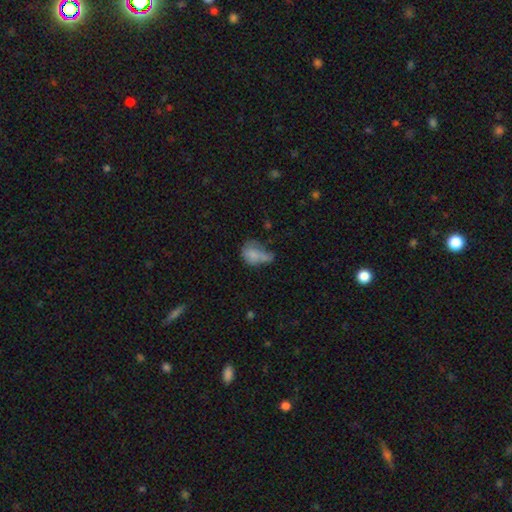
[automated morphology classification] Smooth or featured? Predicted: smooth (p=0.69). How rounded? Predicted: in between (p=0.75). Merging? Predicted: major disturbance (p=0.33).